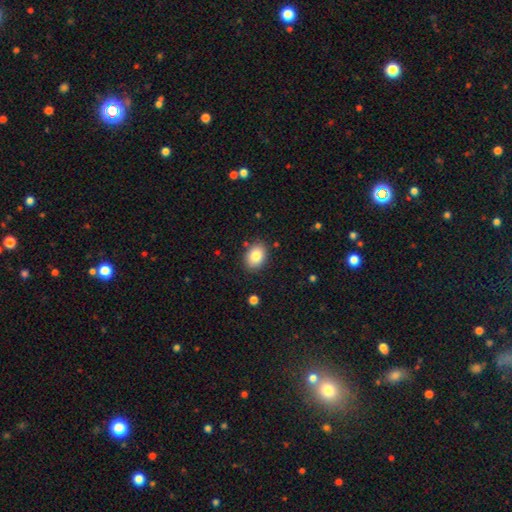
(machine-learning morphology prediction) The model was most divided on "how rounded": in between: 70%, round: 29%, cigar-shaped: 1%. More confident: merging — none (85%); smooth or featured — smooth (84%).